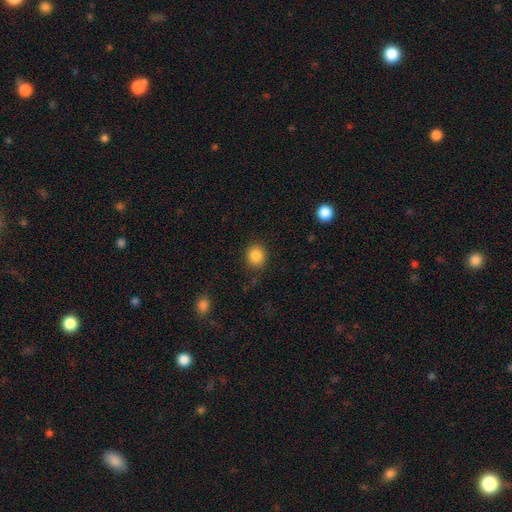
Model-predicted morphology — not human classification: Q: Smooth or featured?
A: smooth (85%); runner-up: star or artifact (10%)
Q: How rounded?
A: round (74%); runner-up: in between (25%)
Q: Merging?
A: none (86%); runner-up: minor disturbance (10%)